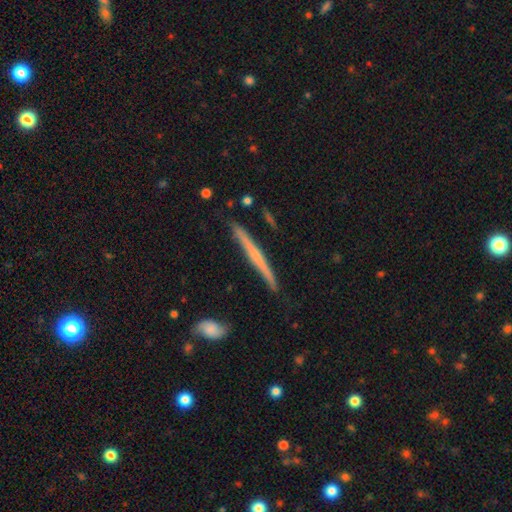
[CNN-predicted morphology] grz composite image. It shows a featured or disk galaxy (58%) viewed edge-on (98%) with no central bulge (64%). Merging: none (88%).